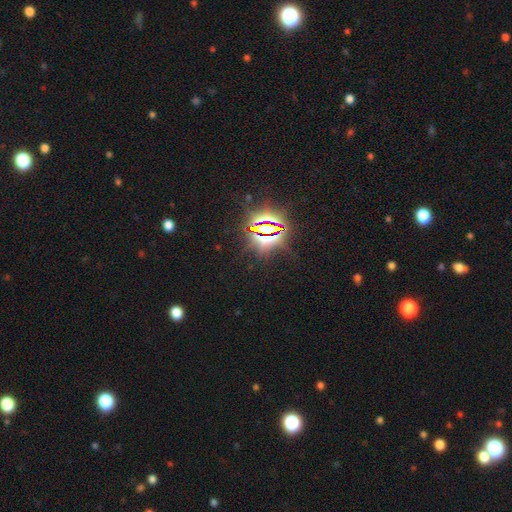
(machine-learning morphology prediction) A star or artifact, not a galaxy (85%).

Vote fractions:
- Smooth or featured? star or artifact: 85% / smooth: 9% / featured or disk: 6%